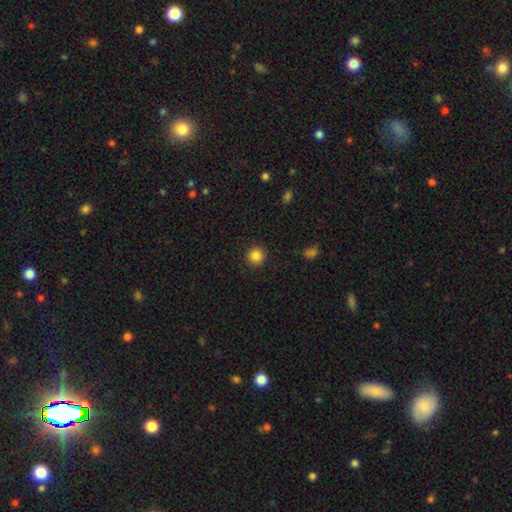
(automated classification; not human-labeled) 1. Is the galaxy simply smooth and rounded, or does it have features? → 85% smooth, 11% star or artifact, 4% featured or disk.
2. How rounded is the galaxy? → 93% round, 6% in between, 1% cigar-shaped.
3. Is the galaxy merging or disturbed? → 91% none, 6% minor disturbance, 2% major disturbance, 1% merger.